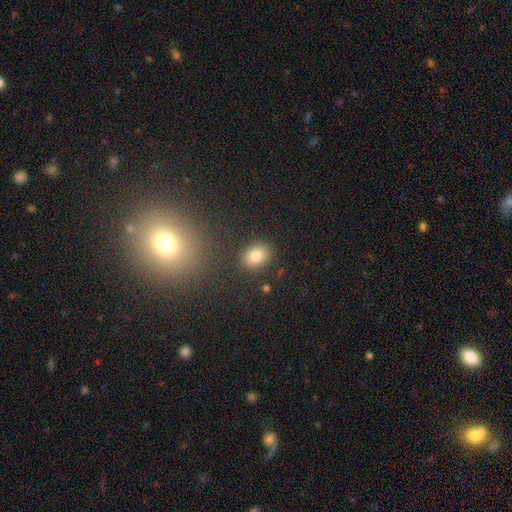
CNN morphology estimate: type=smooth (82%); roundness=in between (63%); merging=none (84%).